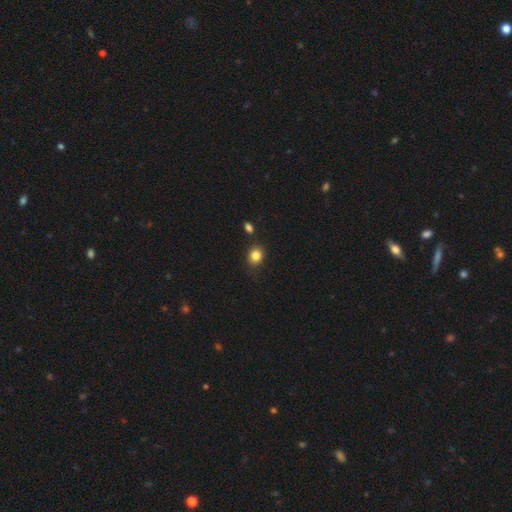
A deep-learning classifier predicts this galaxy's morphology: Q: Smooth or featured?
A: smooth (84%); runner-up: star or artifact (10%)
Q: How rounded?
A: round (61%); runner-up: in between (38%)
Q: Merging?
A: none (81%); runner-up: minor disturbance (12%)